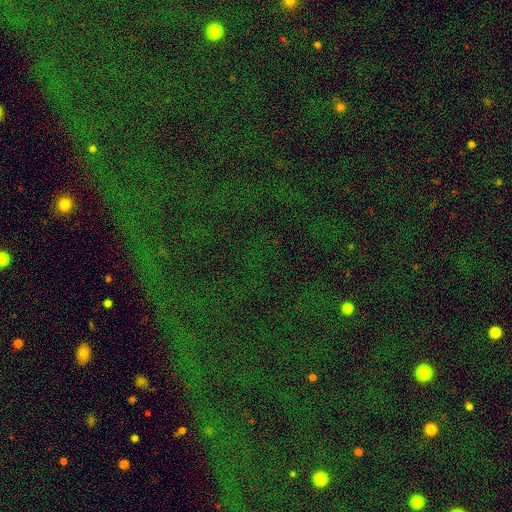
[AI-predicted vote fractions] star or artifact 82%, smooth 10%, featured or disk 8%.